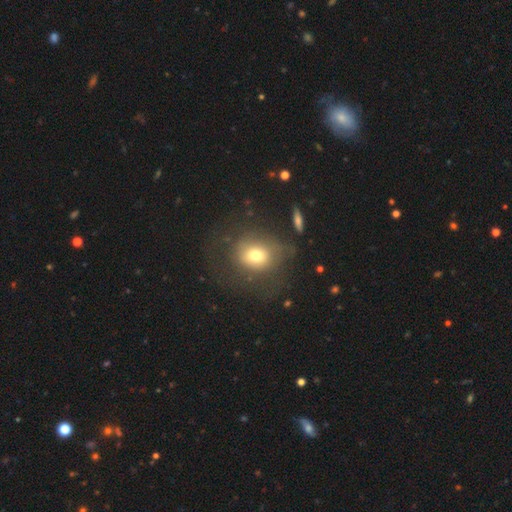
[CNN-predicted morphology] Smooth or featured: smooth — 69% (featured or disk — 19%)
How rounded: round — 70% (in between — 29%)
Merging: none — 59% (major disturbance — 21%)